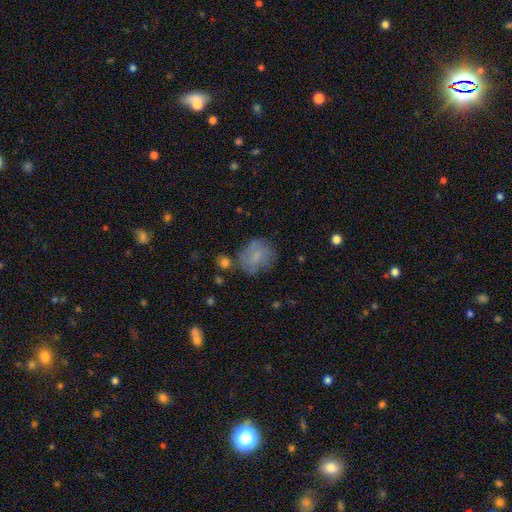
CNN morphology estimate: Q: Smooth or featured?
A: smooth (60%); runner-up: featured or disk (30%)
Q: How rounded?
A: round (66%); runner-up: in between (33%)
Q: Merging?
A: none (59%); runner-up: minor disturbance (23%)